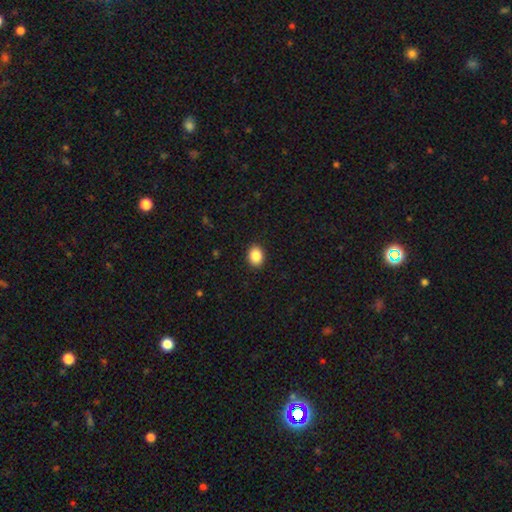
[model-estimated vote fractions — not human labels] smooth 87%, star or artifact 9%, featured or disk 4%. Down the decision tree: how rounded — in between (55%); merging — none (91%).